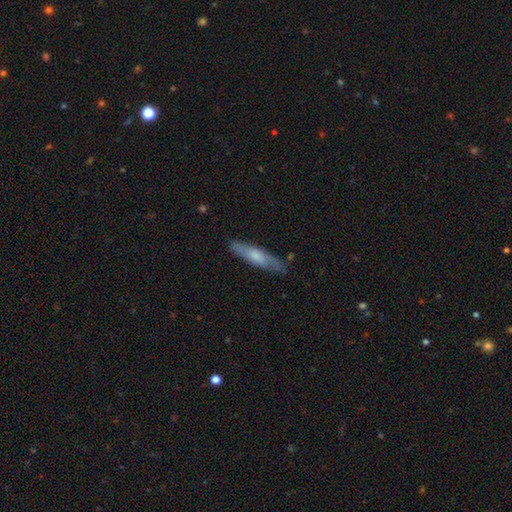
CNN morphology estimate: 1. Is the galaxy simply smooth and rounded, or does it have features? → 59% smooth, 36% featured or disk, 5% star or artifact.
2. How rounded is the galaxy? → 83% cigar-shaped, 16% in between, 2% round.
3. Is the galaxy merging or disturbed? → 82% none, 14% minor disturbance, 2% major disturbance, 2% merger.